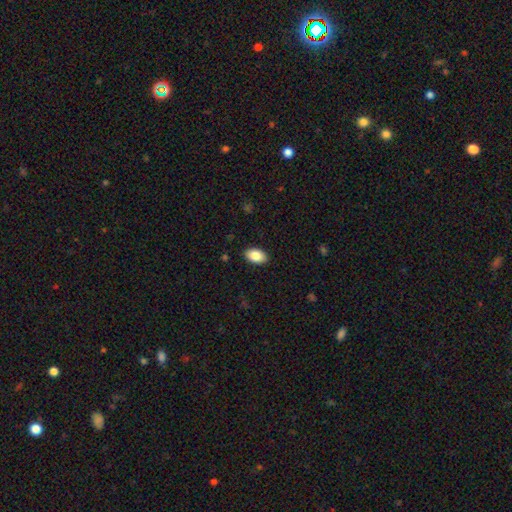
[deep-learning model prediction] Smooth or featured?
  - smooth: 85% *
  - featured or disk: 8%
  - star or artifact: 7%
How rounded?
  - in between: 93% *
  - round: 6%
  - cigar-shaped: 1%
Merging?
  - none: 89% *
  - minor disturbance: 8%
  - major disturbance: 2%
  - merger: 1%